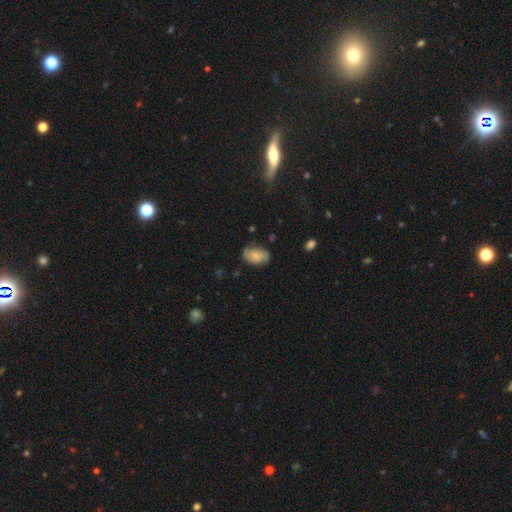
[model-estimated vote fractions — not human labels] smooth_or_featured: smooth (p=0.54) [alt: featured or disk p=0.37]
how_rounded: in between (p=0.85) [alt: round p=0.13]
merging: none (p=0.67) [alt: minor disturbance p=0.24]